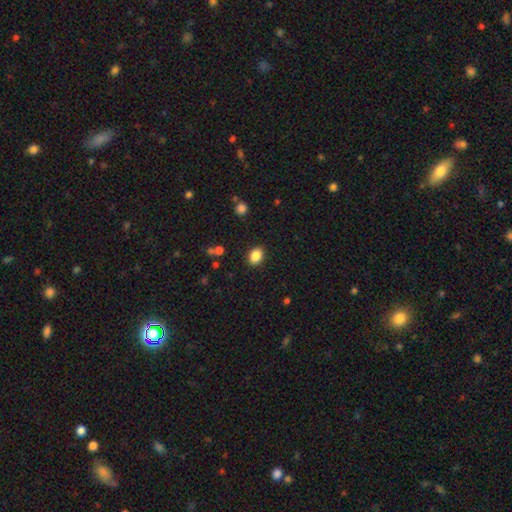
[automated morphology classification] Smooth or featured?
  - smooth: 87% *
  - star or artifact: 9%
  - featured or disk: 4%
How rounded?
  - in between: 71% *
  - round: 28%
  - cigar-shaped: 1%
Merging?
  - none: 87% *
  - minor disturbance: 9%
  - major disturbance: 3%
  - merger: 1%